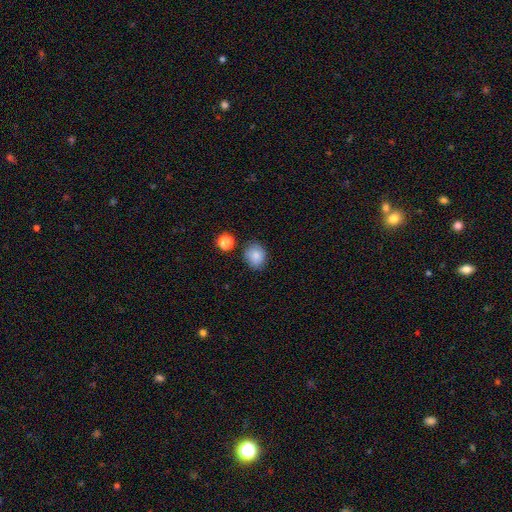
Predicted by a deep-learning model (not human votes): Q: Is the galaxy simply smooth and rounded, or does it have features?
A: smooth — 85%.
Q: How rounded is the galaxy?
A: round — 66%.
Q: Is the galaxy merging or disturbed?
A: none — 80%.